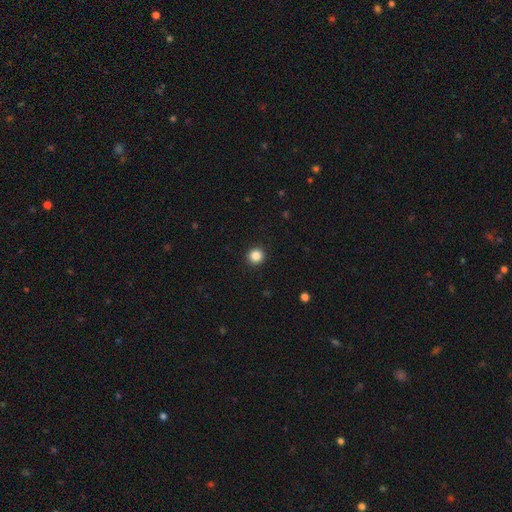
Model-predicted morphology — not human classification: The model was most divided on "smooth or featured": smooth: 86%, star or artifact: 11%, featured or disk: 3%. More confident: how rounded — round (95%); merging — none (93%).